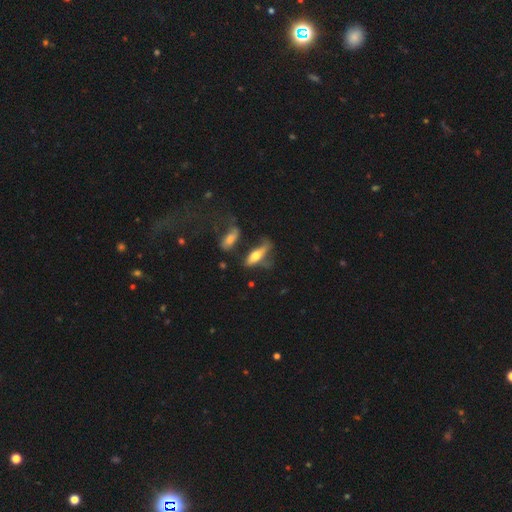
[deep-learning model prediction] The model was most divided on "how rounded": cigar-shaped: 52%, in between: 46%, round: 3%. Remaining: smooth or featured — smooth (50%); merging — none (43%).